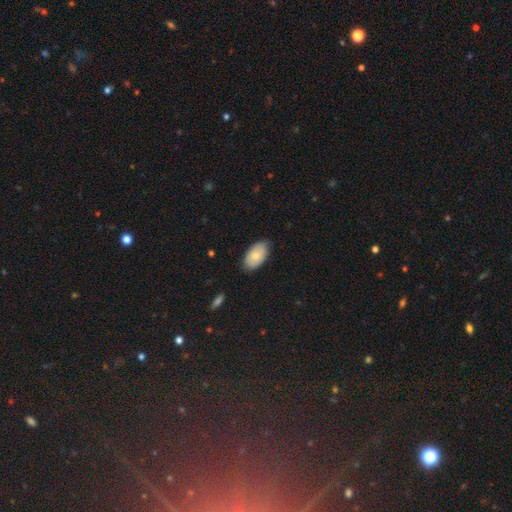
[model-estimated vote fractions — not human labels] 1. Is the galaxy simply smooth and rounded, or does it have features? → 74% smooth, 20% featured or disk, 6% star or artifact.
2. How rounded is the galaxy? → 94% in between, 4% round, 2% cigar-shaped.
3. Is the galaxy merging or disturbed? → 81% none, 15% minor disturbance, 2% major disturbance, 1% merger.